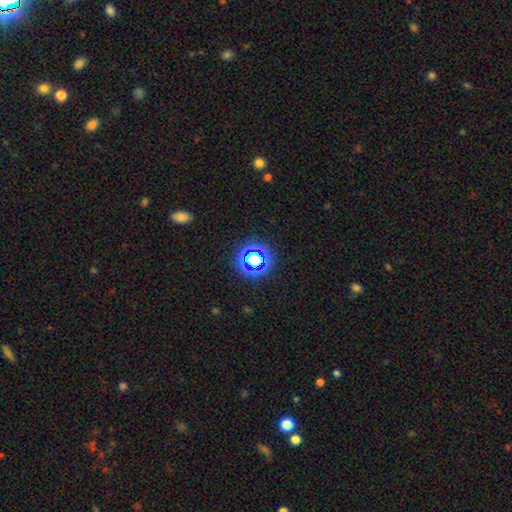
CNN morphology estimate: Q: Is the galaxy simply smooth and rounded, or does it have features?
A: star or artifact — 61%.